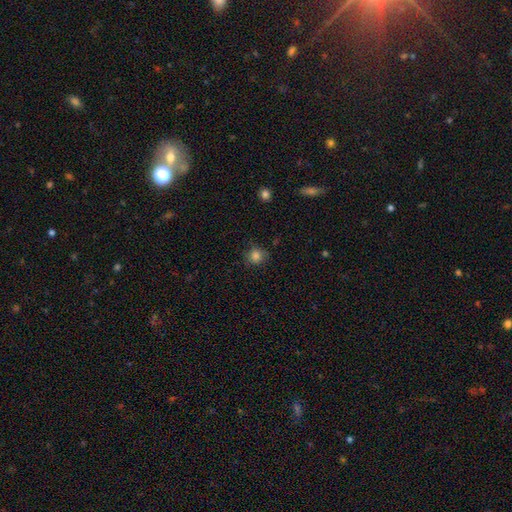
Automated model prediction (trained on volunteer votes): Overall: smooth (83%). How rounded: round (85%). Merging: none (77%).